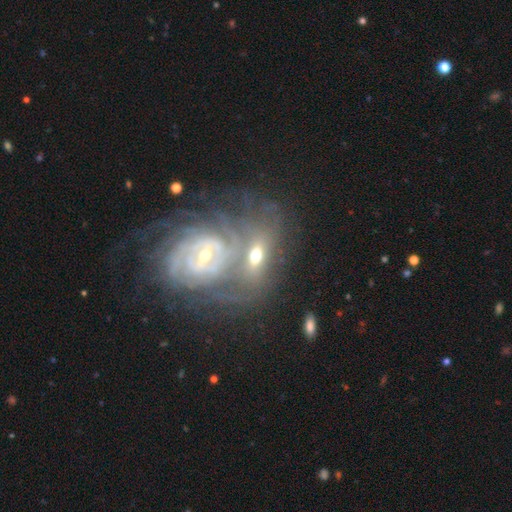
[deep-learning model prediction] smooth-or-featured: featured or disk: 68% | smooth: 23% | star or artifact: 9%
  disk-edge-on: no: 89% | yes: 11%
    bar: no: 37% | weak: 33% | strong: 30%
    has-spiral-arms: yes: 79% | no: 21%
    bulge-size: moderate: 54% | small: 35% | large: 8% | none: 2% | dominant: 2%
  merging: merger: 45% | none: 35% | minor disturbance: 12% | major disturbance: 8%